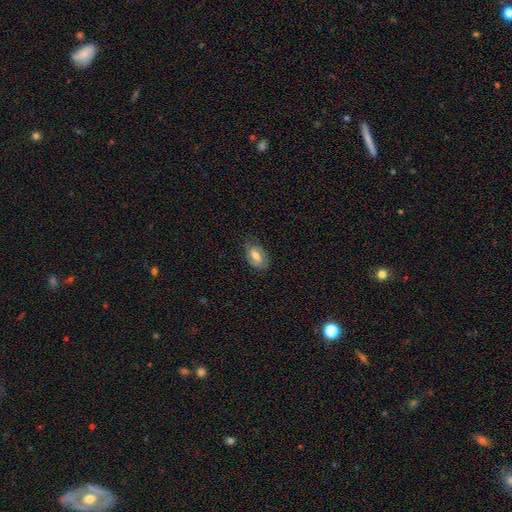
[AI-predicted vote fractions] Smooth or featured? smooth (53%)
How rounded? in between (88%)
Merging? none (73%)